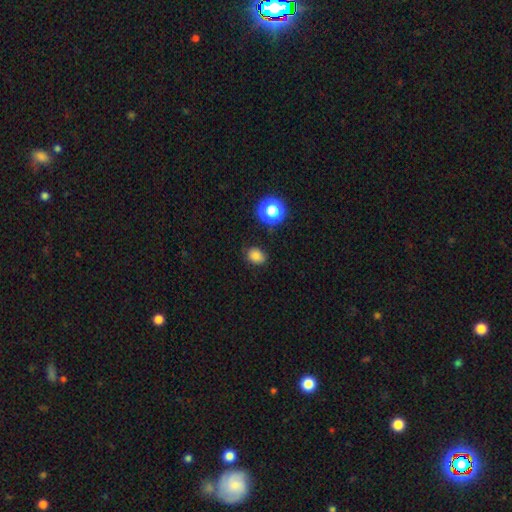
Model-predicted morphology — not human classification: Overall: smooth (79%). How rounded: in between (50%; round 49%). Merging: none (80%).